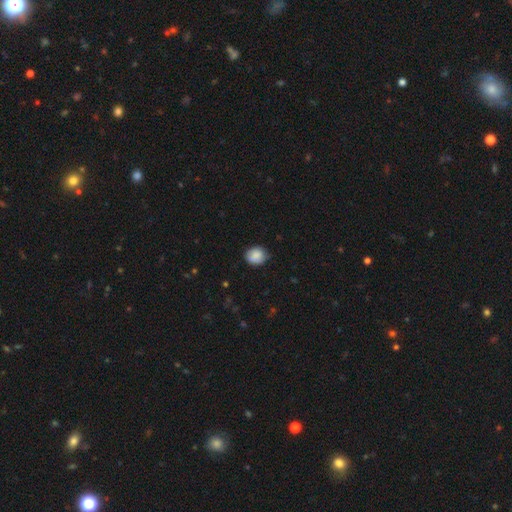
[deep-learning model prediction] smooth 81%, featured or disk 11%, star or artifact 8%. Down the decision tree: how rounded — round (66%); merging — none (71%).